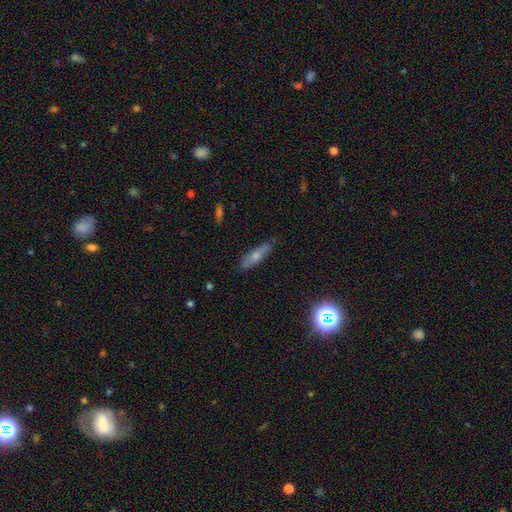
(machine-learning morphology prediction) A smooth galaxy with no disk features (62%) that is cigar-shaped (72%).

Vote fractions:
- Smooth or featured? smooth: 62% / featured or disk: 30% / star or artifact: 8%
- How rounded? cigar-shaped: 72% / in between: 25% / round: 2%
- Merging? none: 83% / minor disturbance: 14% / major disturbance: 2% / merger: 1%